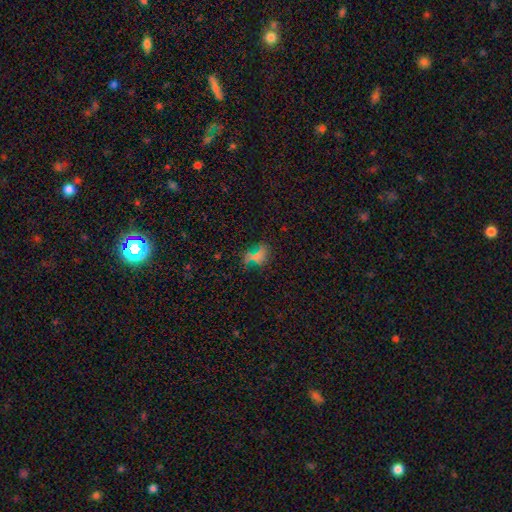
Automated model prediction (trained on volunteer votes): Overall: smooth (52%; star or artifact 36%). How rounded: in between (66%; round 27%). Merging: none (62%).